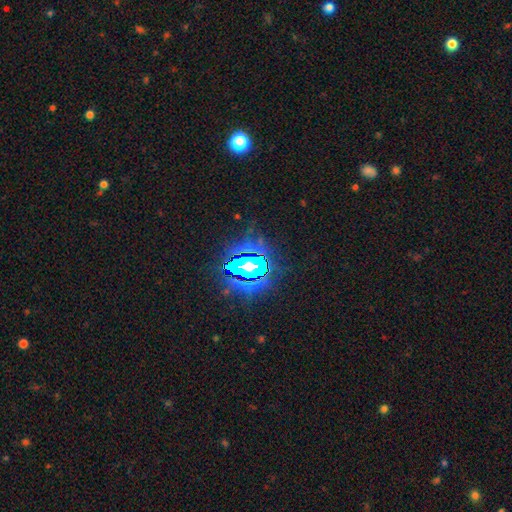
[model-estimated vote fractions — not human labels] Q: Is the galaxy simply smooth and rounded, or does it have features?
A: star or artifact — 83%.